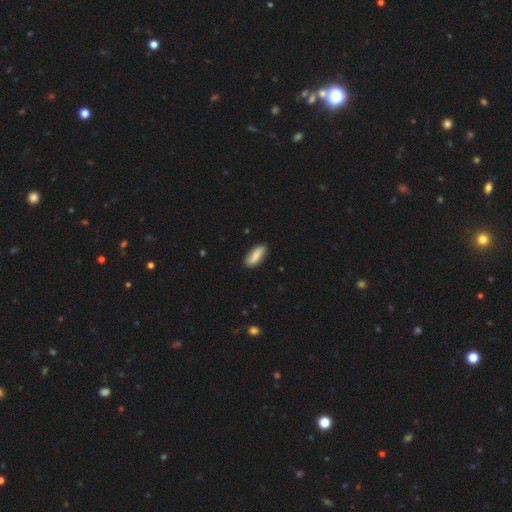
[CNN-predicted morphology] Overall: smooth (74%). How rounded: in between (77%). Merging: none (83%).